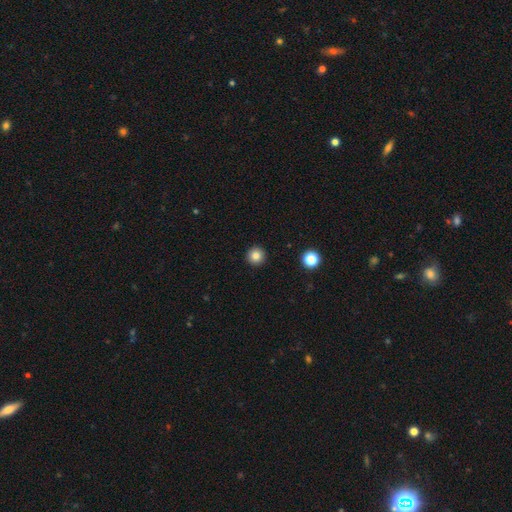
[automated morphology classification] This appears to be a smooth galaxy with no disk features (83%) that is round (96%). Merging: none (93%).